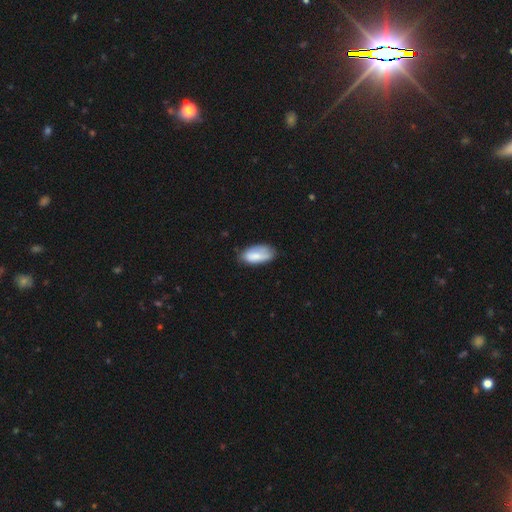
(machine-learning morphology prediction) Q: Smooth or featured?
A: smooth (78%); runner-up: featured or disk (15%)
Q: How rounded?
A: in between (91%); runner-up: cigar-shaped (7%)
Q: Merging?
A: none (62%); runner-up: minor disturbance (30%)